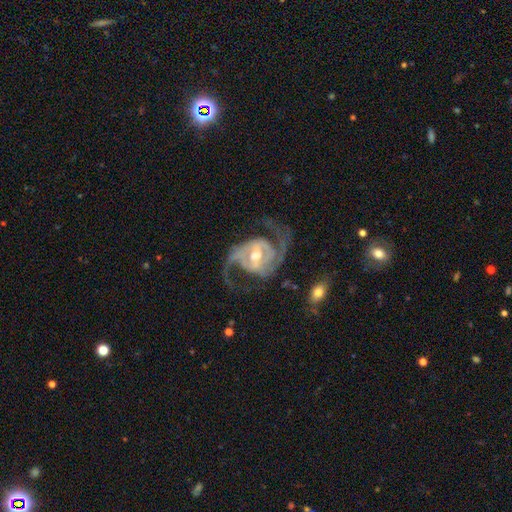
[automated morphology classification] Q: Smooth or featured?
A: featured or disk (92%); runner-up: star or artifact (4%)
Q: Edge-on disk?
A: no (97%); runner-up: yes (3%)
Q: Bar?
A: weak (45%); runner-up: strong (31%)
Q: Spiral arms?
A: yes (98%); runner-up: no (2%)
Q: Spiral winding?
A: medium (53%); runner-up: loose (30%)
Q: Spiral arm count?
A: 2 (86%); runner-up: 3 (6%)
Q: Bulge size?
A: moderate (68%); runner-up: small (22%)
Q: Merging?
A: none (67%); runner-up: major disturbance (15%)